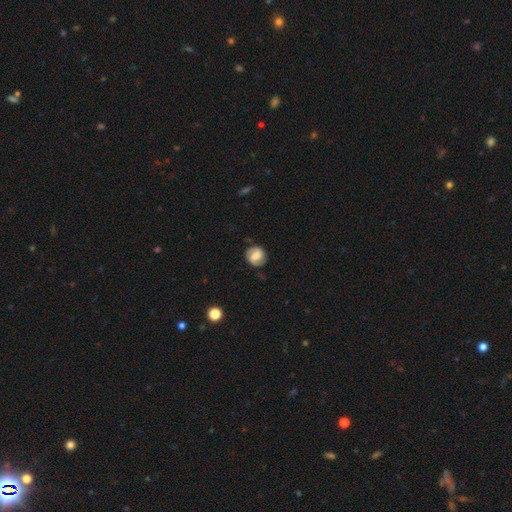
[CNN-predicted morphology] smooth-or-featured: featured or disk: 50% | smooth: 42% | star or artifact: 8%
  merging: none: 77% | minor disturbance: 16% | major disturbance: 5% | merger: 2%